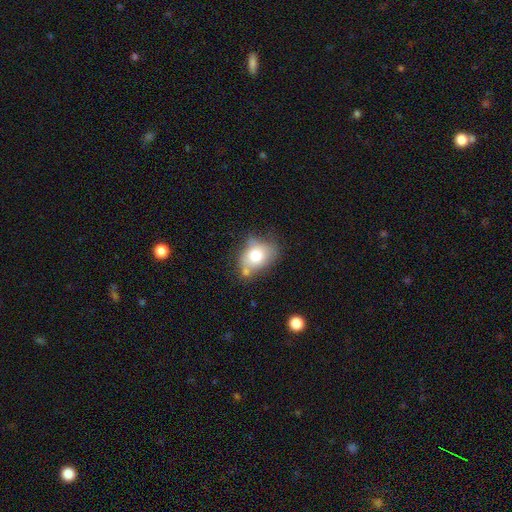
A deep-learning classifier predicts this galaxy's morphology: type=smooth (72%); roundness=in between (67%); merging=none (49%).